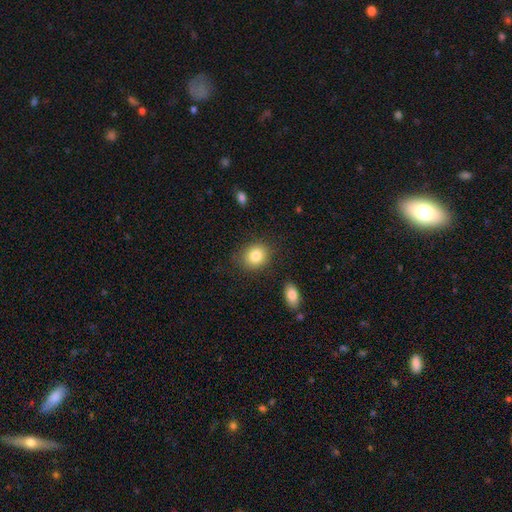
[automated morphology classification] Smooth or featured?
  - smooth: 83% *
  - star or artifact: 9%
  - featured or disk: 8%
How rounded?
  - round: 61% *
  - in between: 38%
  - cigar-shaped: 1%
Merging?
  - none: 81% *
  - minor disturbance: 12%
  - major disturbance: 4%
  - merger: 3%